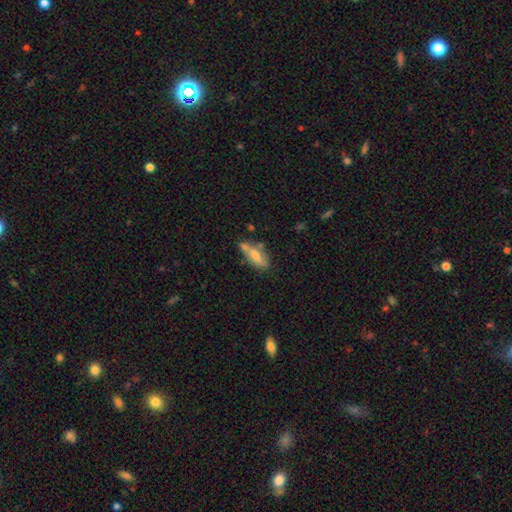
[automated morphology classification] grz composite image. It shows a smooth galaxy with no disk features (61%) that is in between round and cigar-shaped (72%). Merging: none (53%).